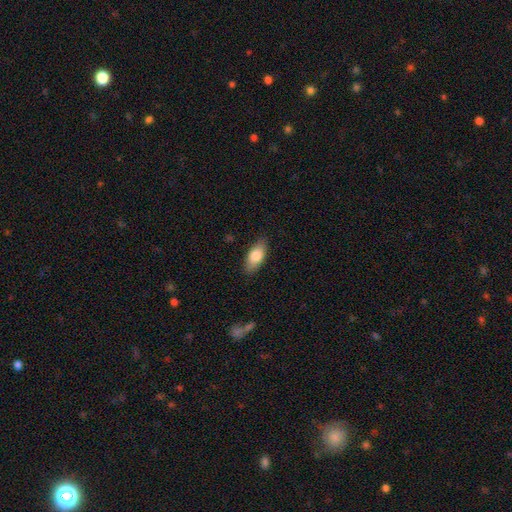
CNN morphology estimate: This is clearly a smooth galaxy (81%). How rounded: clearly in between (86%). Merging: clearly none (85%).